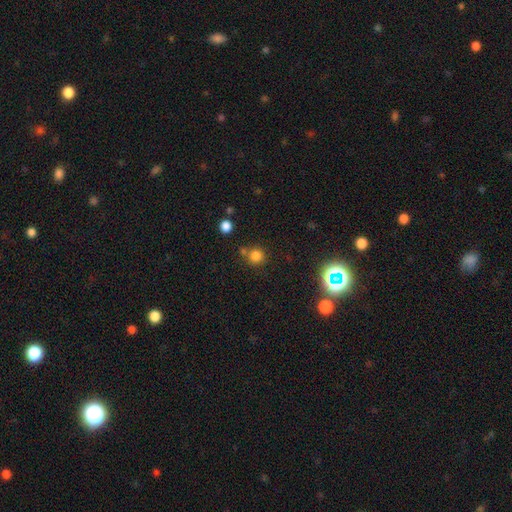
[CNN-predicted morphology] A smooth galaxy with no disk features (78%) that is round (91%). Merging: none (68%).